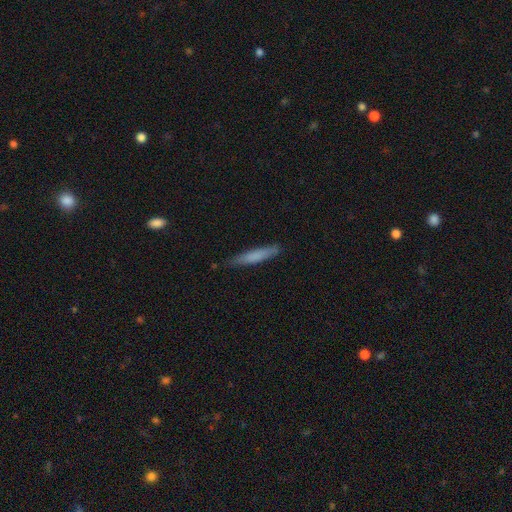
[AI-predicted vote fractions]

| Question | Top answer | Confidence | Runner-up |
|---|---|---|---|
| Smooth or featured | smooth | 75% | featured or disk (19%) |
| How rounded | cigar-shaped | 92% | in between (7%) |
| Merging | none | 82% | minor disturbance (15%) |